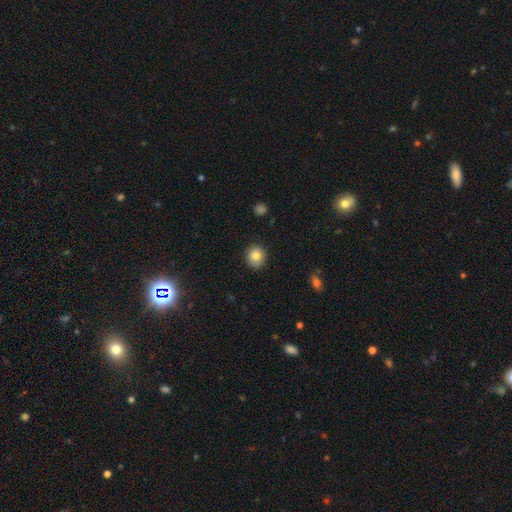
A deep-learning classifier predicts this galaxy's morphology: The model was most divided on "how rounded": round: 83%, in between: 16%, cigar-shaped: 1%. More confident: merging — none (89%); smooth or featured — smooth (81%).